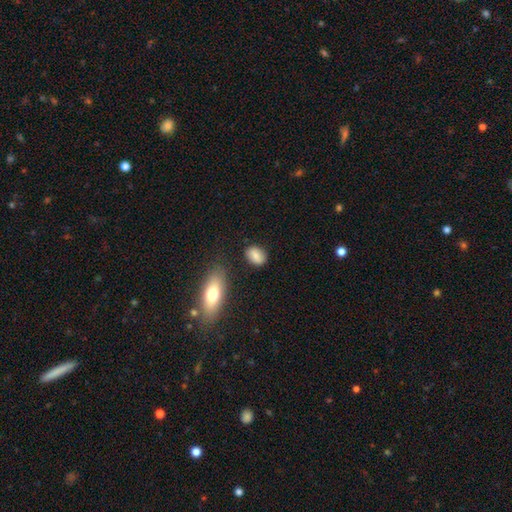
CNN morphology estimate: Overall: smooth (84%). How rounded: in between (77%). Merging: none (80%).